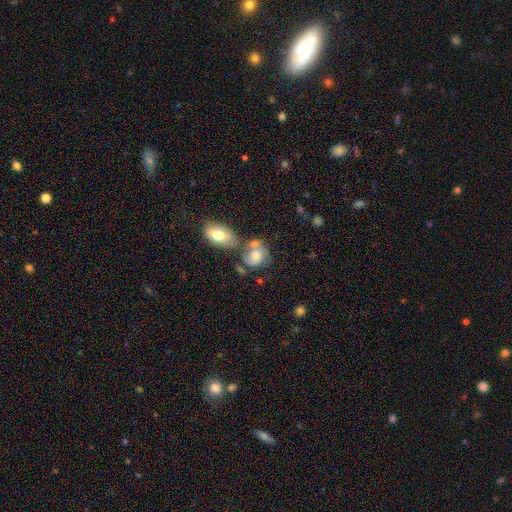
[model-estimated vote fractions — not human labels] Morphology: type=smooth (55%); roundness=in between (50%); merging=merger (38%).